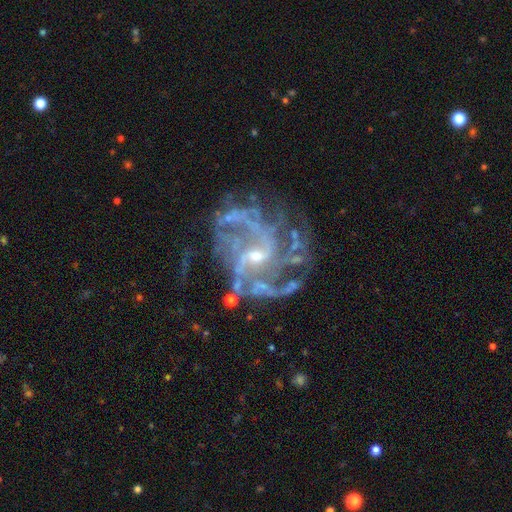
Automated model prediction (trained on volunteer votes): This appears to be a featured or disk galaxy (87%) with a weak bar (44%), can't tell (22%, tied with 3) medium (49%) spiral arms (95%) and a small central bulge (69%). Merging: none (60%).